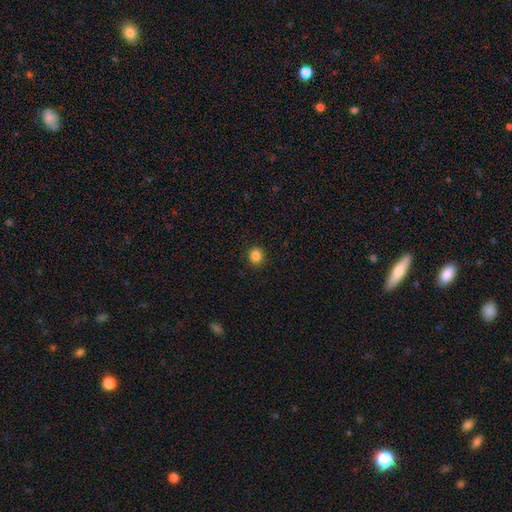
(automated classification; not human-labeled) Morphology: type=smooth (85%); roundness=round (81%); merging=none (92%).